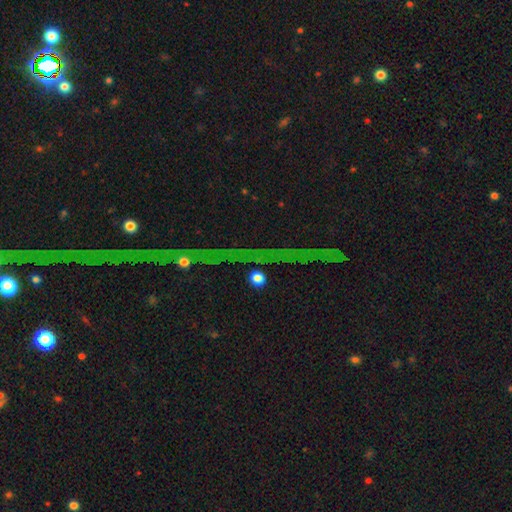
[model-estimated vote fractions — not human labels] Smooth or featured: star or artifact — 80% (featured or disk — 12%)